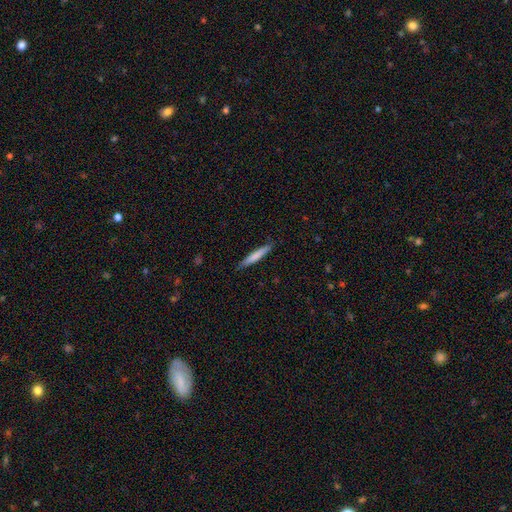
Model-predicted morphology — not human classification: This is likely a smooth galaxy (73%). How rounded: clearly cigar-shaped (94%). Merging: clearly none (86%).